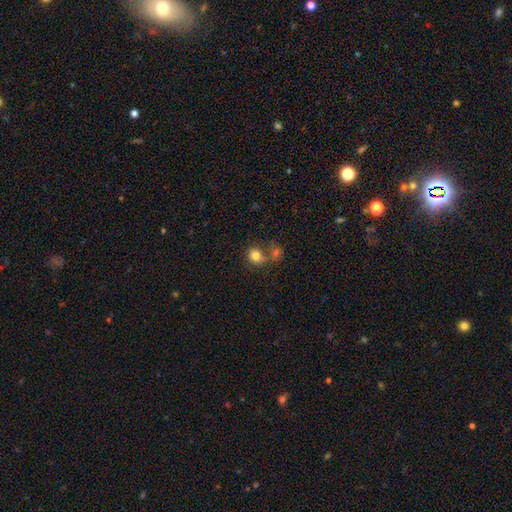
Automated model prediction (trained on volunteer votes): This appears to be a smooth galaxy with no disk features (80%) that is round (64%). Merging: merger (42%).